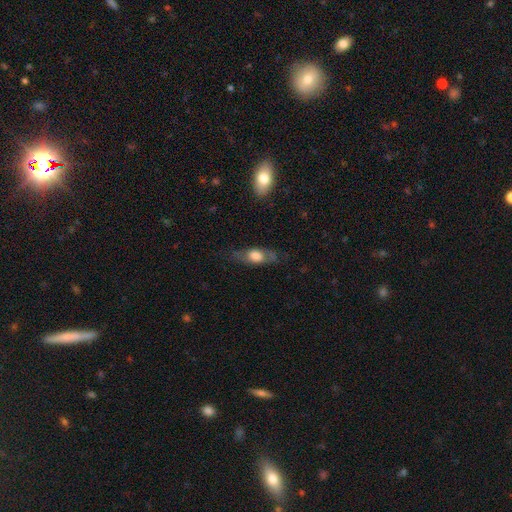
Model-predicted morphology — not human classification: smooth 56%, featured or disk 37%, star or artifact 7%. Down the decision tree: how rounded — in between (67%); merging — none (70%).